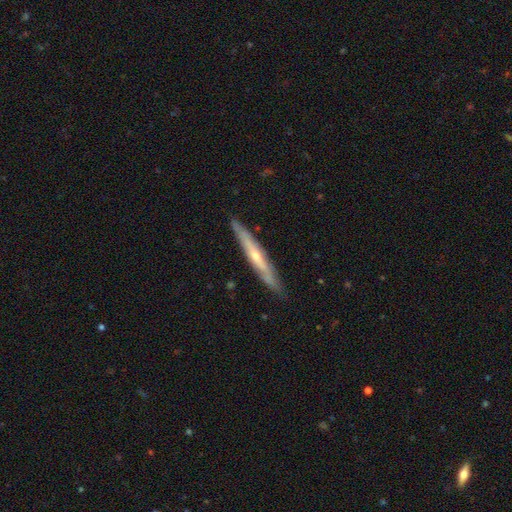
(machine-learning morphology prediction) This appears to be a featured or disk galaxy (68%) viewed edge-on (91%) with a rounded central bulge (67%). Merging: none (88%).